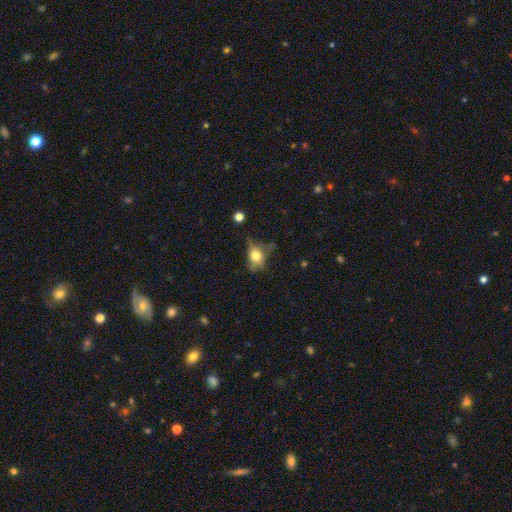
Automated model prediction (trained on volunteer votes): This appears to be a smooth galaxy with no disk features (67%) that is in between round and cigar-shaped (64%). Merging: none (44%).